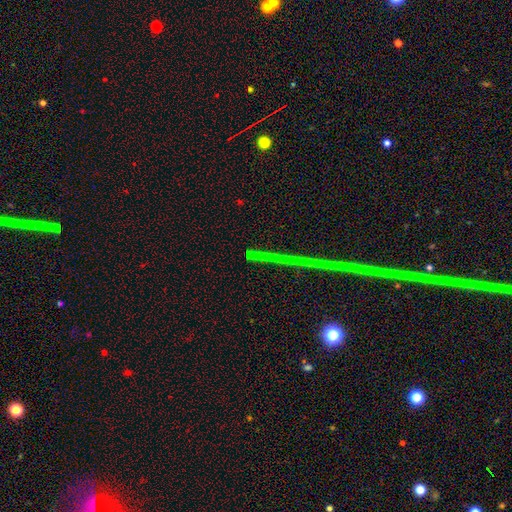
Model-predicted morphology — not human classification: type=star or artifact (80%).